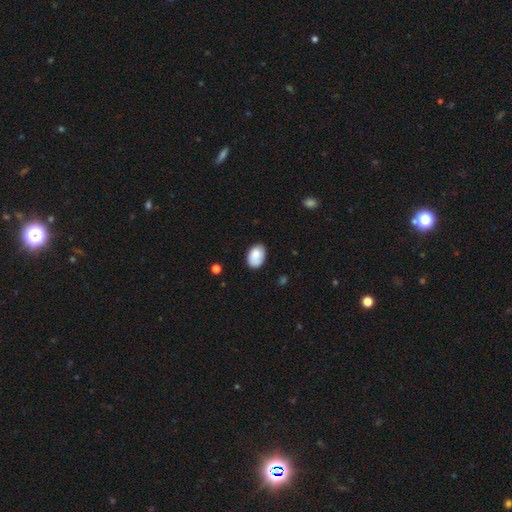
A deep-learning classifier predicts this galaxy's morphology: smooth 85%, featured or disk 9%, star or artifact 7%. Down the decision tree: how rounded — in between (86%); merging — none (77%).